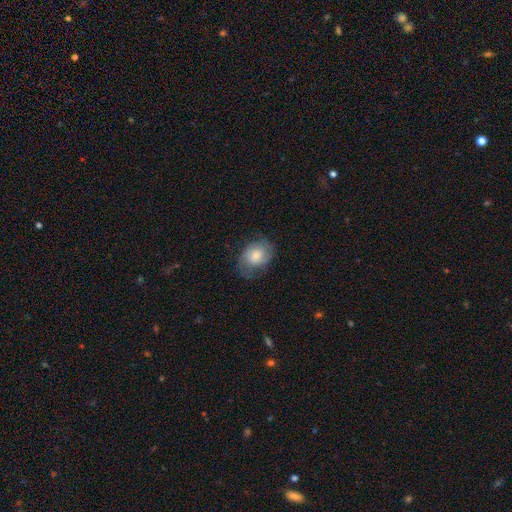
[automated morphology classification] A smooth galaxy with no disk features (57%) that is in between round and cigar-shaped (64%).

Vote fractions:
- Smooth or featured? smooth: 57% / featured or disk: 36% / star or artifact: 7%
- How rounded? in between: 64% / round: 35% / cigar-shaped: 1%
- Merging? none: 59% / minor disturbance: 27% / major disturbance: 13% / merger: 1%